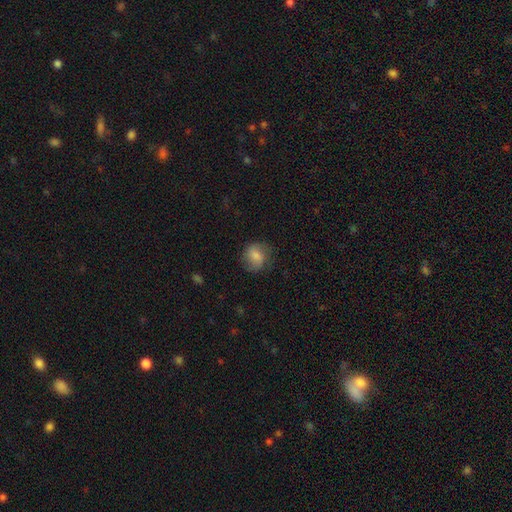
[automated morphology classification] A smooth galaxy with no disk features (70%) that is round (67%).

Vote fractions:
- Smooth or featured? smooth: 70% / featured or disk: 22% / star or artifact: 9%
- How rounded? round: 67% / in between: 31% / cigar-shaped: 1%
- Merging? none: 72% / minor disturbance: 19% / major disturbance: 8% / merger: 1%